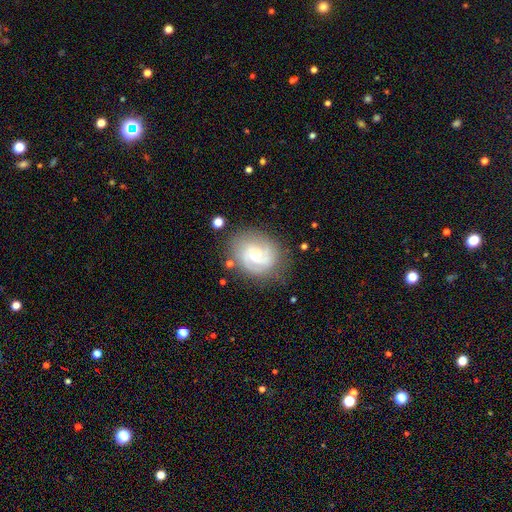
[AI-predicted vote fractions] Q: Smooth or featured?
A: featured or disk (80%); runner-up: smooth (14%)
Q: Edge-on disk?
A: no (98%); runner-up: yes (2%)
Q: Bar?
A: no (56%); runner-up: weak (39%)
Q: Spiral arms?
A: yes (95%); runner-up: no (5%)
Q: Spiral winding?
A: tight (55%); runner-up: medium (36%)
Q: Spiral arm count?
A: 2 (54%); runner-up: 3 (18%)
Q: Bulge size?
A: small (49%); runner-up: moderate (45%)
Q: Merging?
A: none (74%); runner-up: minor disturbance (17%)